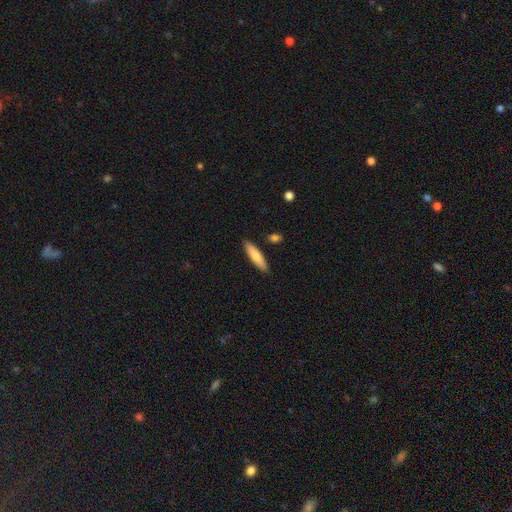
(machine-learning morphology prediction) This is likely a smooth galaxy (79%). How rounded: likely cigar-shaped (74%). Merging: clearly none (87%).